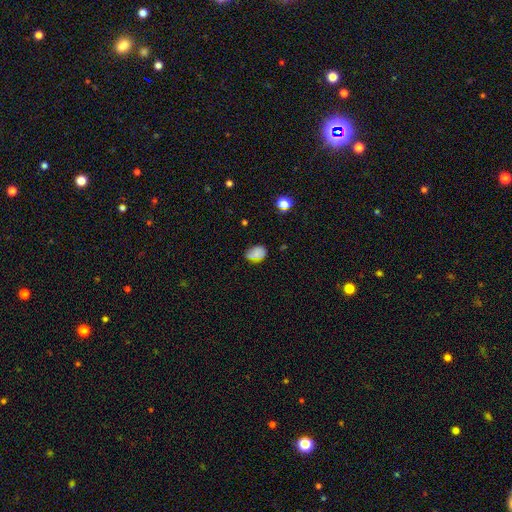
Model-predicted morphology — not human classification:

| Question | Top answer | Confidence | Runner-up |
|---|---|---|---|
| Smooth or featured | smooth | 70% | star or artifact (16%) |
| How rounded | in between | 76% | round (22%) |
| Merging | none | 56% | minor disturbance (31%) |